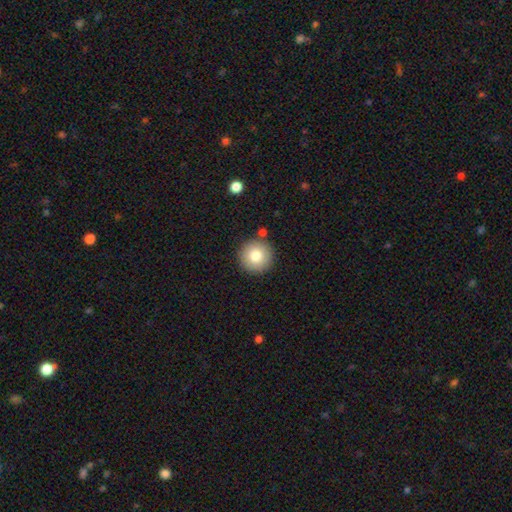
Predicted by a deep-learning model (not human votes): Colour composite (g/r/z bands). It shows a smooth galaxy with no disk features (79%) that is round (96%). Merging: none (86%).